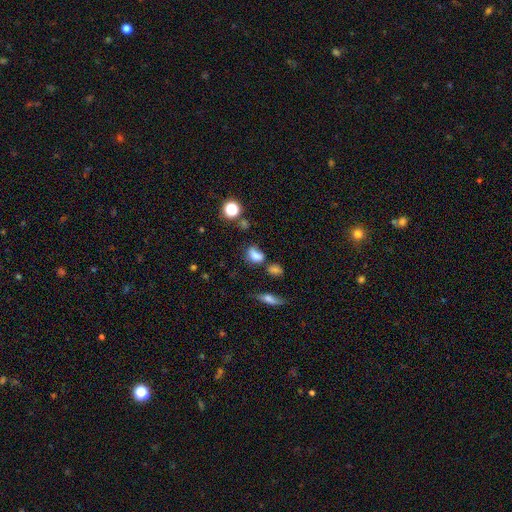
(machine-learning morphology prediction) Smooth or featured? Predicted: smooth (p=0.73). How rounded? Predicted: in between (p=0.72). Merging? Predicted: none (p=0.45).